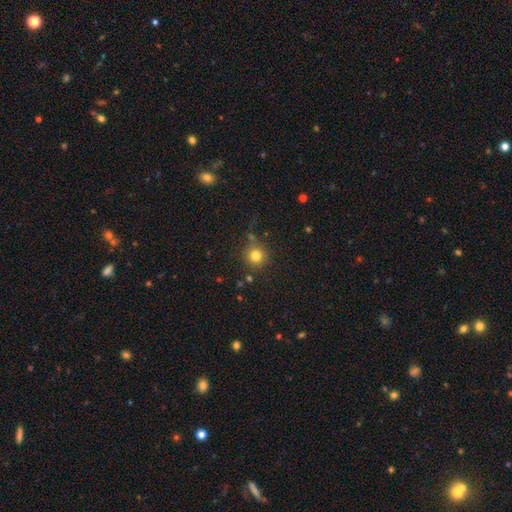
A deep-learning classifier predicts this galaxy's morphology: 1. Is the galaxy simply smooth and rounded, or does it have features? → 80% smooth, 13% star or artifact, 7% featured or disk.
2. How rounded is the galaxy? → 94% round, 5% in between, 1% cigar-shaped.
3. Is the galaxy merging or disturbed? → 81% none, 10% minor disturbance, 6% merger, 3% major disturbance.